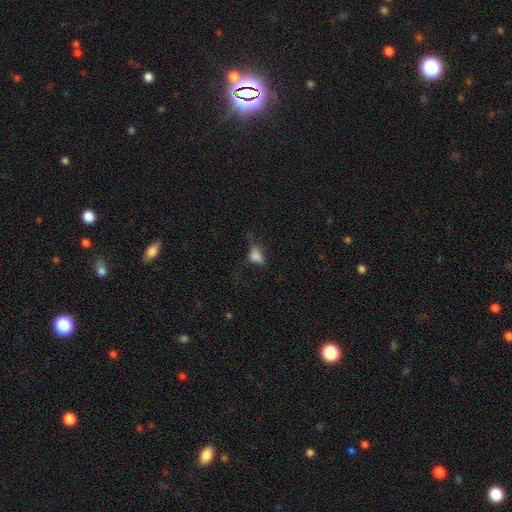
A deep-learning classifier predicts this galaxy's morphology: A smooth galaxy with no disk features (74%) that is in between round and cigar-shaped (77%). Merging: none (37%).